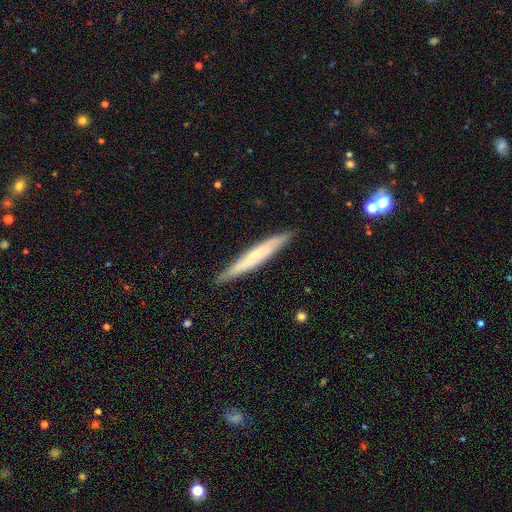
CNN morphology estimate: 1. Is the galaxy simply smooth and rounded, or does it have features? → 49% smooth, 46% featured or disk, 6% star or artifact.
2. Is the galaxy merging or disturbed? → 88% none, 9% minor disturbance, 2% major disturbance, 1% merger.